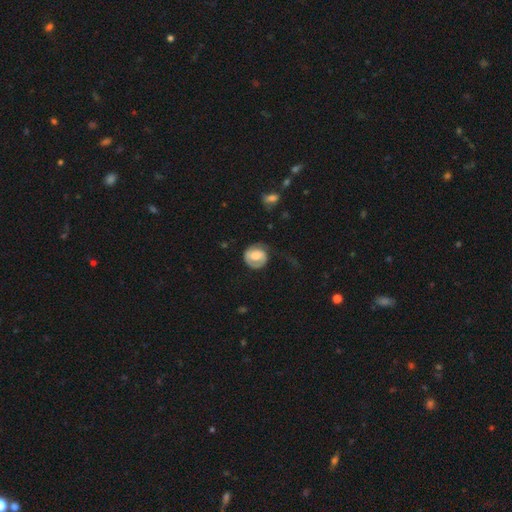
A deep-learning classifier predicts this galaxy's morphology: smooth_or_featured: featured or disk (p=0.48) [alt: smooth p=0.46]
merging: none (p=0.59) [alt: minor disturbance p=0.23]